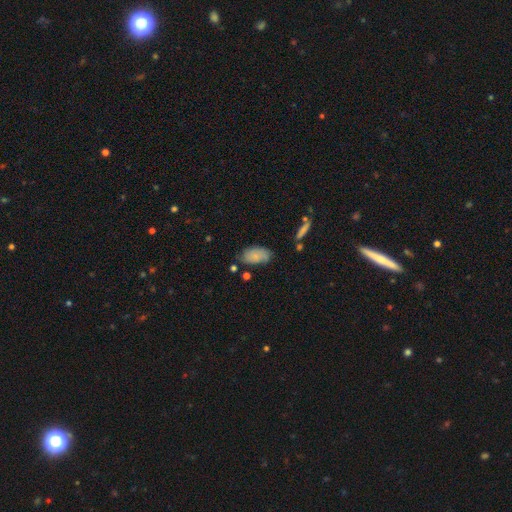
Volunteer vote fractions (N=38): Overall: smooth (74%). How rounded: in between (96%). Merging: none (72%).